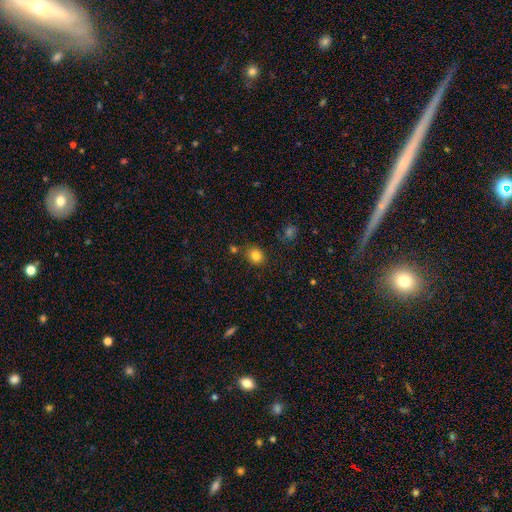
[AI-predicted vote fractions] Q: Smooth or featured?
A: smooth (82%); runner-up: star or artifact (12%)
Q: How rounded?
A: round (70%); runner-up: in between (29%)
Q: Merging?
A: none (81%); runner-up: minor disturbance (11%)